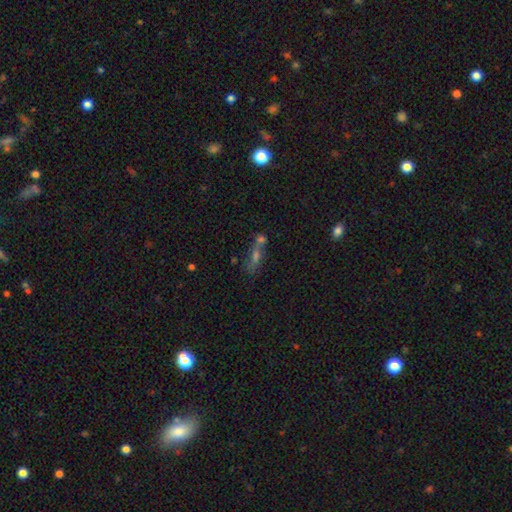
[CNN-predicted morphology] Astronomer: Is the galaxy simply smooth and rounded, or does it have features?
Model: smooth — 44% (runner-up: featured or disk, 32%).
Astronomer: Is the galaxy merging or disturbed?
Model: none — 41% (runner-up: merger, 38%).